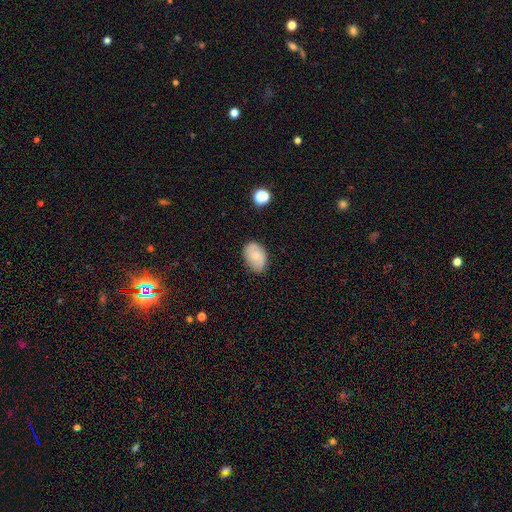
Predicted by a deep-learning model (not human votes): This is likely a smooth galaxy (68%). How rounded: clearly in between (83%). Merging: likely none (80%).